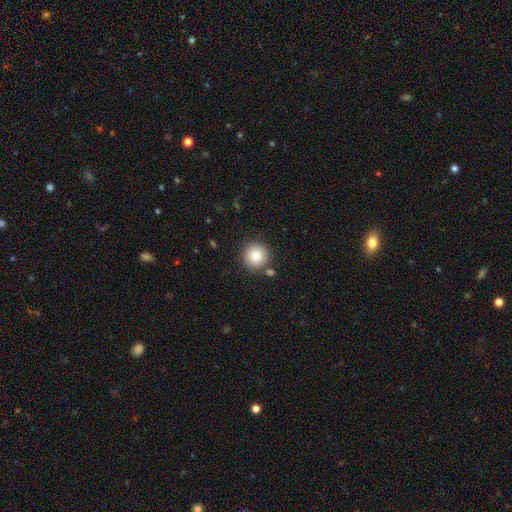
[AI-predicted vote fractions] Smooth or featured?
  - smooth: 84% *
  - star or artifact: 9%
  - featured or disk: 6%
How rounded?
  - round: 95% *
  - in between: 4%
  - cigar-shaped: 1%
Merging?
  - none: 84% *
  - minor disturbance: 8%
  - merger: 5%
  - major disturbance: 2%